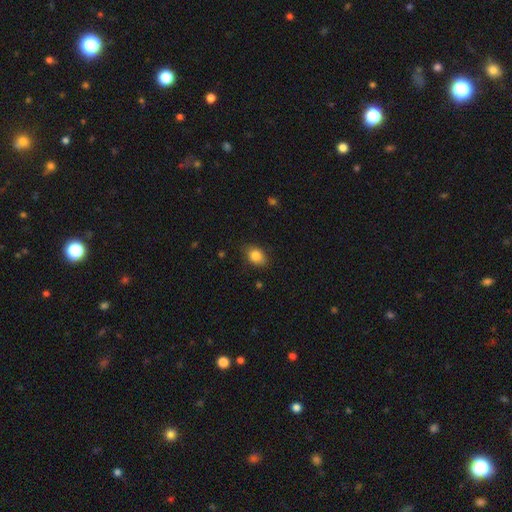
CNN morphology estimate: This is clearly a smooth galaxy (84%). How rounded: likely in between (73%). Merging: clearly none (83%).